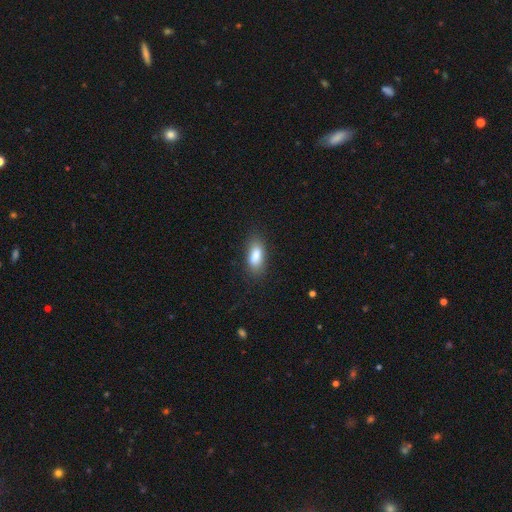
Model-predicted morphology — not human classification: A smooth galaxy with no disk features (84%) that is in between round and cigar-shaped (83%). Merging: none (77%).